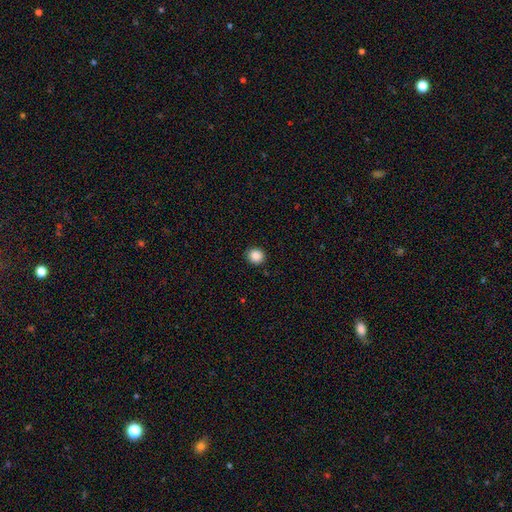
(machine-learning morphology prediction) This appears to be a smooth galaxy with no disk features (88%) that is round (85%). Merging: none (91%).